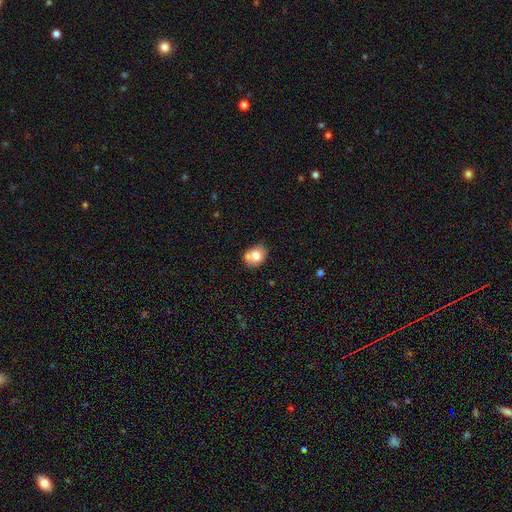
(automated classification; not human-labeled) smooth_or_featured: smooth (p=0.76) [alt: featured or disk p=0.15]
how_rounded: in between (p=0.52) [alt: round p=0.47]
merging: none (p=0.57) [alt: merger p=0.20]